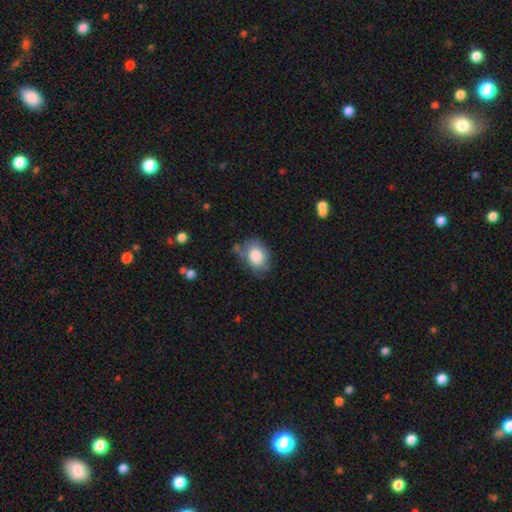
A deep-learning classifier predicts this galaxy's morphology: Overall: smooth (82%). How rounded: in between (65%; round 33%). Merging: none (60%; minor disturbance 27%).